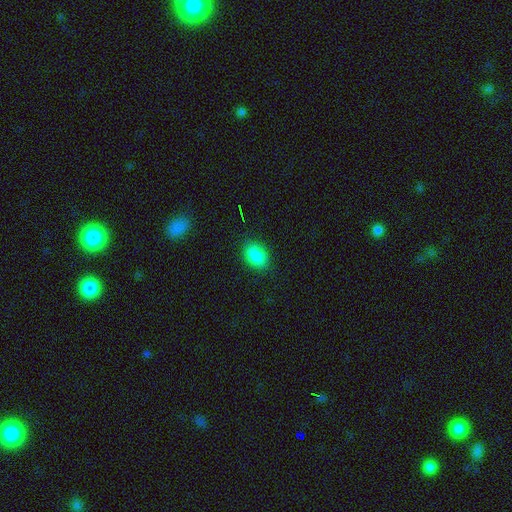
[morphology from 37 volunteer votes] A smooth galaxy with no disk features (92%) that is in between round and cigar-shaped (85%). Merging: none (88%).